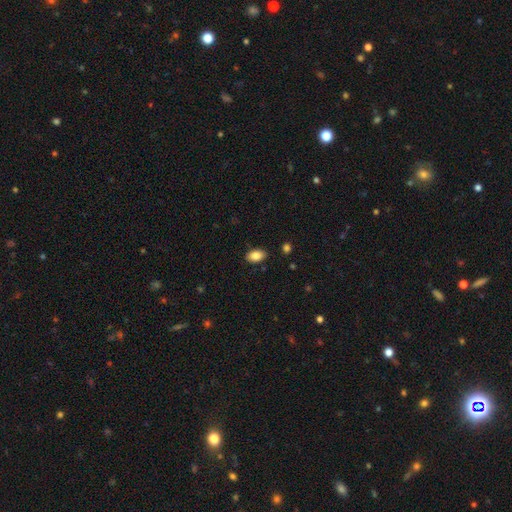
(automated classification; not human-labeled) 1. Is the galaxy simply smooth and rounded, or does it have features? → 86% smooth, 8% star or artifact, 7% featured or disk.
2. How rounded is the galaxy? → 91% in between, 7% round, 1% cigar-shaped.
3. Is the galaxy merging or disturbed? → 87% none, 9% minor disturbance, 2% major disturbance, 1% merger.